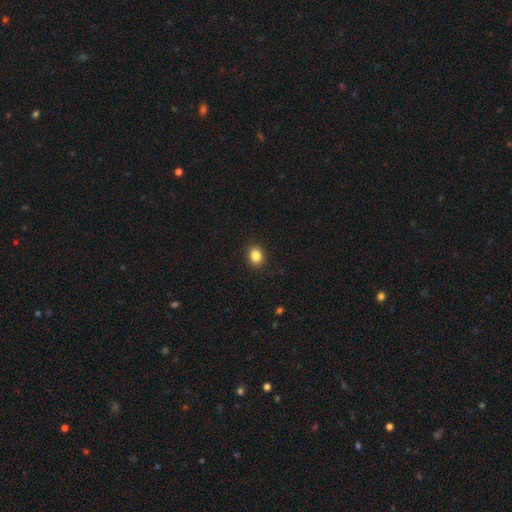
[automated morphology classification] smooth_or_featured: smooth (p=0.84) [alt: star or artifact p=0.11]
how_rounded: round (p=0.58) [alt: in between p=0.41]
merging: none (p=0.91) [alt: minor disturbance p=0.06]